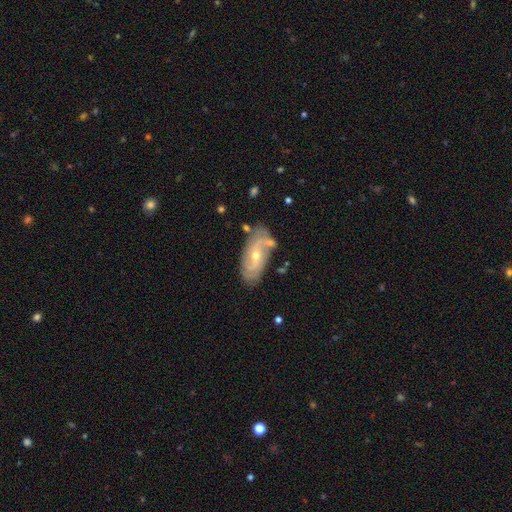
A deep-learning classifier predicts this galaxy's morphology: This is clearly a featured or disk galaxy (80%). It is clearly not viewed edge-on (93%). Bar: possibly no (58%). Spiral arm pattern: clearly yes (92%). Spiral arm count: possibly 2 (51%). Spiral winding: marginally tight (41%). Central bulge: possibly small (56%). Merging: likely none (66%).